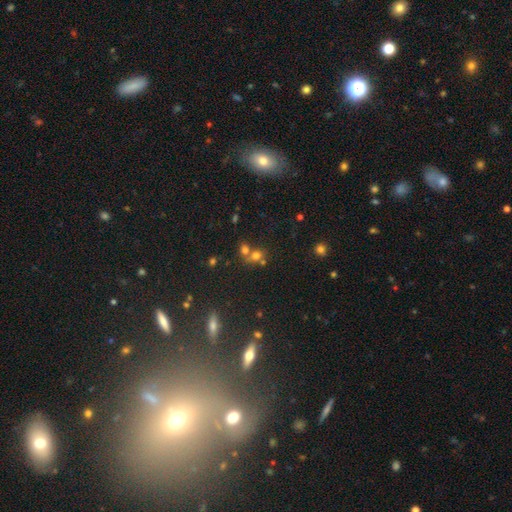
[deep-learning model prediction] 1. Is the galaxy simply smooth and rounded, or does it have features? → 43% star or artifact, 41% smooth, 16% featured or disk.